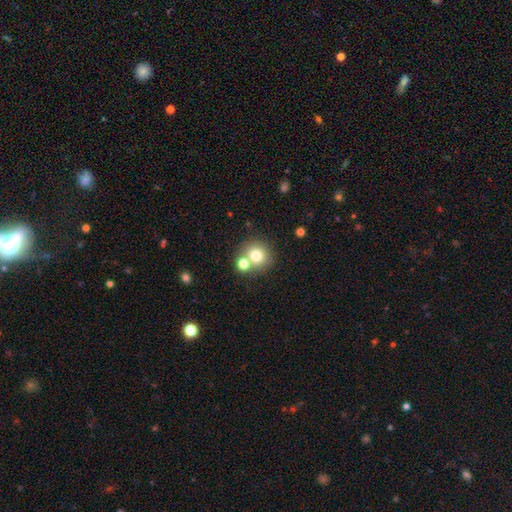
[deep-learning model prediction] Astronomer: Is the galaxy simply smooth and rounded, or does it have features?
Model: smooth — 75%.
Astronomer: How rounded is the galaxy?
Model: round — 91%.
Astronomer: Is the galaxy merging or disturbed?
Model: none — 62%.